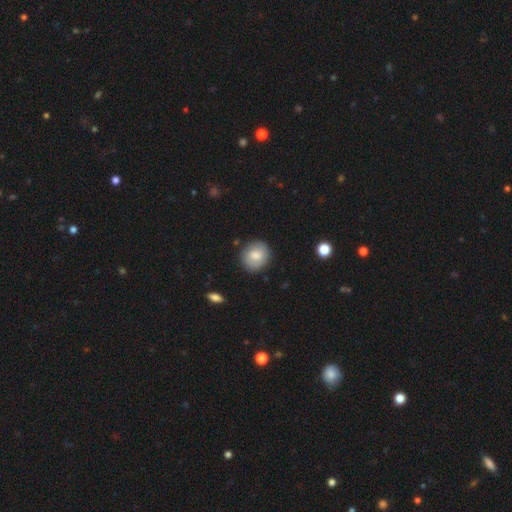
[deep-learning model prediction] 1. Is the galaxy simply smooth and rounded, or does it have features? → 78% smooth, 15% featured or disk, 7% star or artifact.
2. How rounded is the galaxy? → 78% round, 21% in between, 1% cigar-shaped.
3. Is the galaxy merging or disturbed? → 85% none, 11% minor disturbance, 3% major disturbance, 1% merger.